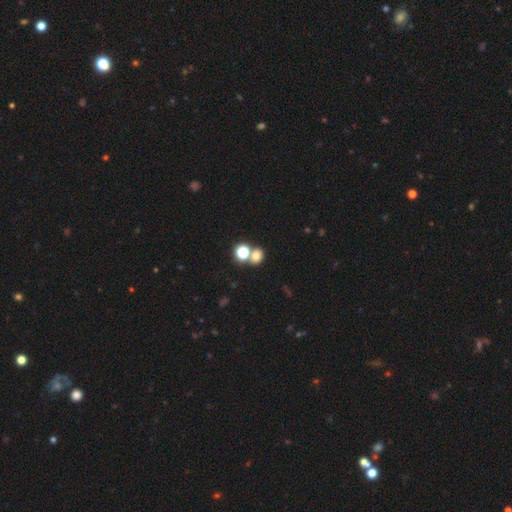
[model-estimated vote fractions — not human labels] smooth 70%, star or artifact 20%, featured or disk 10%. Down the decision tree: how rounded — round (64%); merging — none (52%).